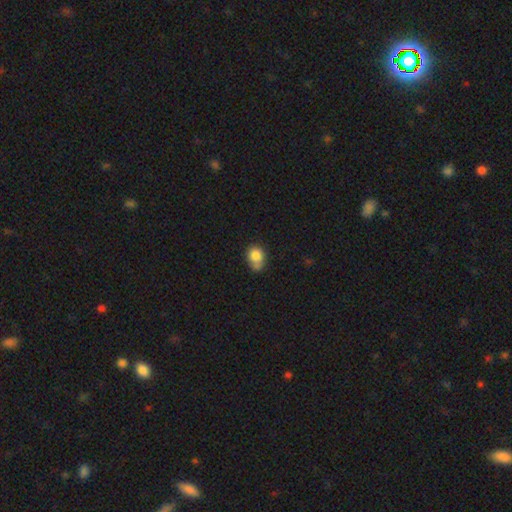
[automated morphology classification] Smooth or featured? Predicted: smooth (p=0.81). How rounded? Predicted: round (p=0.57). Merging? Predicted: none (p=0.45).